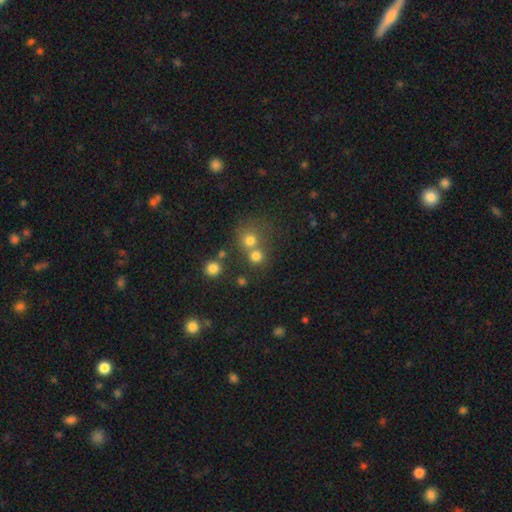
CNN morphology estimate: Smooth or featured? smooth (75%)
How rounded? round (89%)
Merging? none (56%)